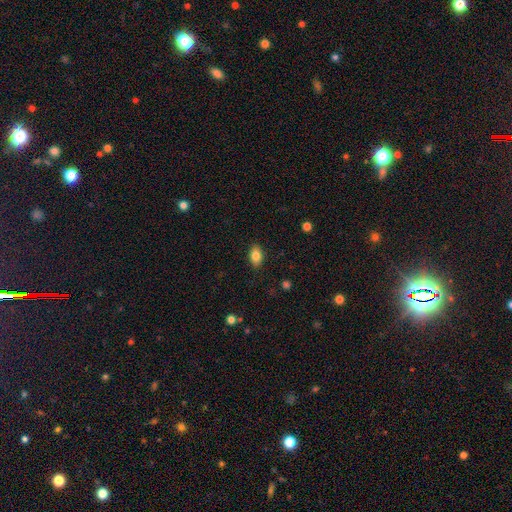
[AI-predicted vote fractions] The model was most divided on "smooth or featured": smooth: 83%, featured or disk: 9%, star or artifact: 8%. More confident: merging — none (87%); how rounded — in between (86%).